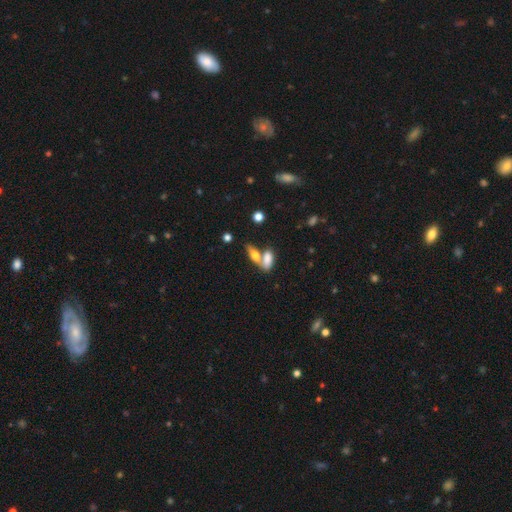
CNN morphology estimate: This is likely a smooth galaxy (73%). How rounded: likely in between (73%). Merging: possibly merger (50%).